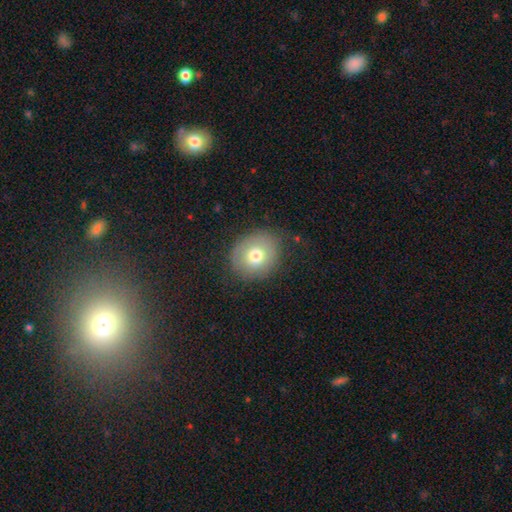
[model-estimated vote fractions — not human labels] A smooth galaxy with no disk features (71%) that is round (70%).

Vote fractions:
- Smooth or featured? smooth: 71% / featured or disk: 20% / star or artifact: 9%
- How rounded? round: 70% / in between: 29% / cigar-shaped: 1%
- Merging? none: 77% / minor disturbance: 15% / major disturbance: 6% / merger: 1%